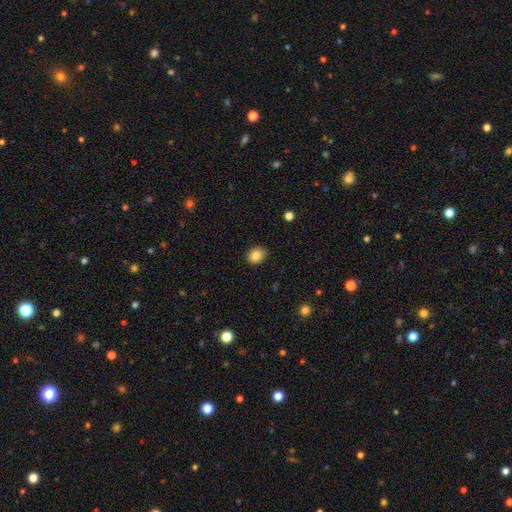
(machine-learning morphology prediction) A smooth galaxy with no disk features (85%) that is round (62%). Merging: none (84%).